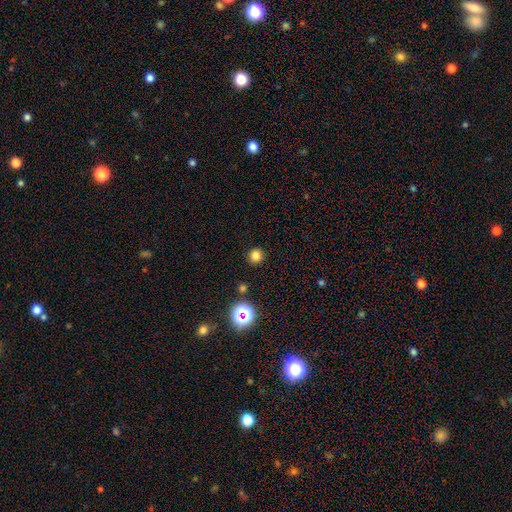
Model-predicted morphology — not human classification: type=smooth (78%); roundness=round (93%); merging=none (91%).